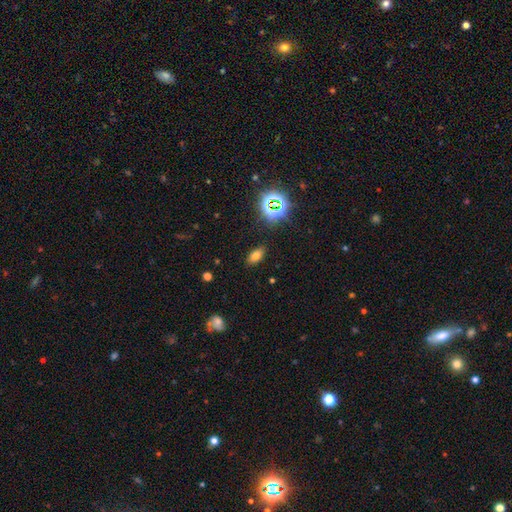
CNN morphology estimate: Smooth or featured?
  - smooth: 69% *
  - star or artifact: 21%
  - featured or disk: 10%
How rounded?
  - in between: 88% *
  - round: 7%
  - cigar-shaped: 5%
Merging?
  - none: 87% *
  - minor disturbance: 9%
  - major disturbance: 3%
  - merger: 2%